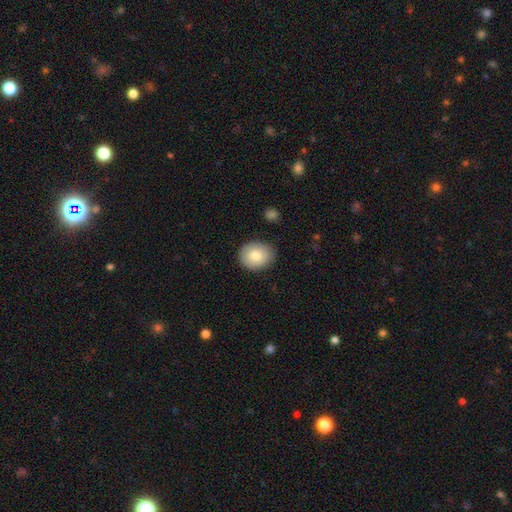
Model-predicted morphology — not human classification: smooth-or-featured: smooth: 82% | featured or disk: 11% | star or artifact: 8%
  how-rounded: round: 60% | in between: 40% | cigar-shaped: 1%
  merging: none: 84% | minor disturbance: 12% | major disturbance: 2% | merger: 1%